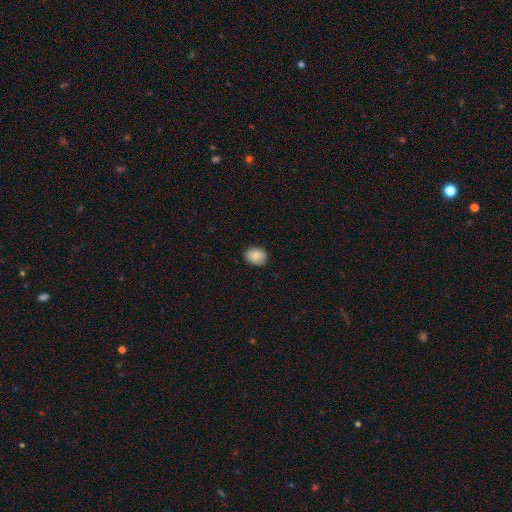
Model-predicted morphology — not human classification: A smooth galaxy with no disk features (86%) that is in between round and cigar-shaped (55%).

Vote fractions:
- Smooth or featured? smooth: 86% / star or artifact: 8% / featured or disk: 6%
- How rounded? in between: 55% / round: 44% / cigar-shaped: 1%
- Merging? none: 88% / minor disturbance: 9% / major disturbance: 2% / merger: 1%